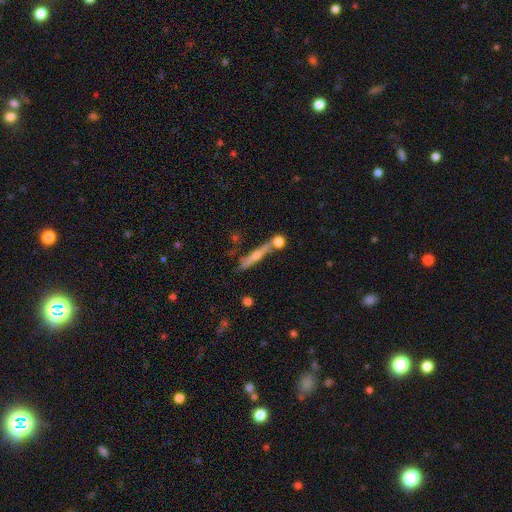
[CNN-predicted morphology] A featured or disk galaxy (52%) viewed edge-on (93%).

Vote fractions:
- Smooth or featured? featured or disk: 52% / smooth: 40% / star or artifact: 8%
- Edge-on disk? yes: 93% / no: 7%
- Merging? none: 68% / merger: 15% / minor disturbance: 13% / major disturbance: 4%